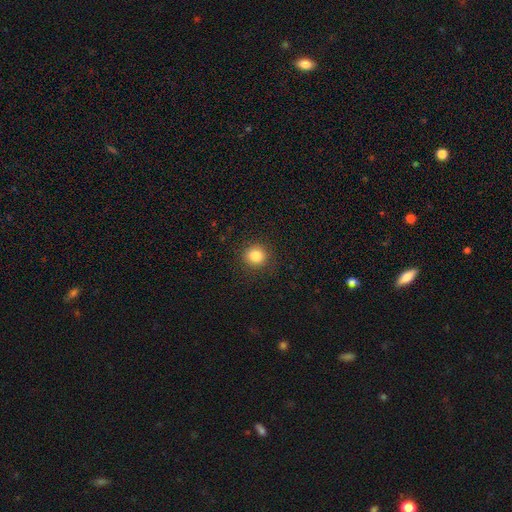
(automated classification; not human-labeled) This appears to be a smooth galaxy with no disk features (83%) that is round (88%). Merging: none (89%).